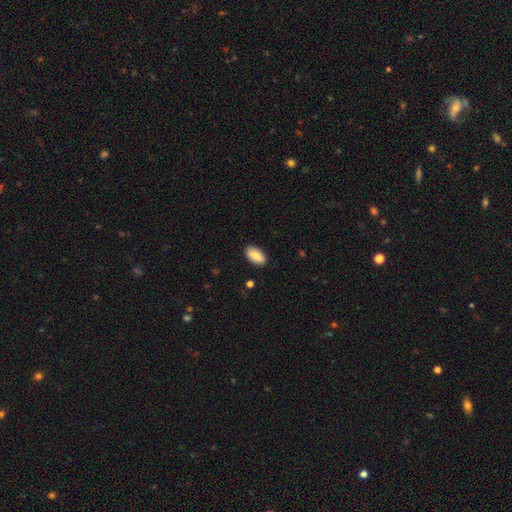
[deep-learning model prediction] The model was most divided on "smooth or featured": smooth: 86%, featured or disk: 8%, star or artifact: 6%. More confident: how rounded — in between (93%); merging — none (88%).